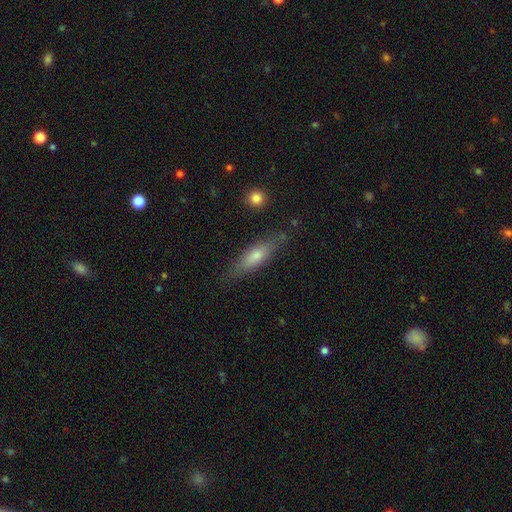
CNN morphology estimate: A smooth galaxy with no disk features (55%) that is cigar-shaped (70%). Merging: none (80%).